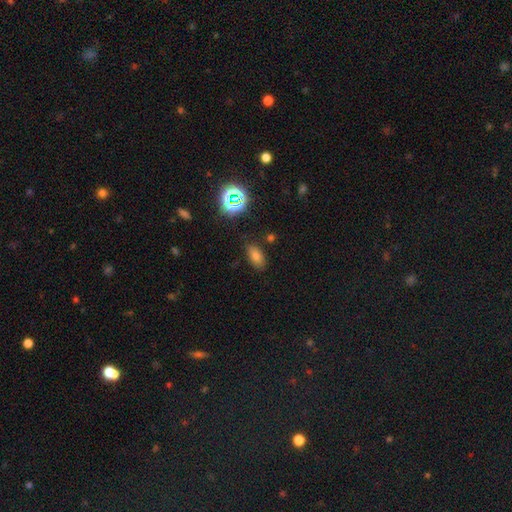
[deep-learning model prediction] Smooth or featured: smooth — 71% (star or artifact — 20%)
How rounded: in between — 87% (round — 7%)
Merging: none — 81% (minor disturbance — 13%)